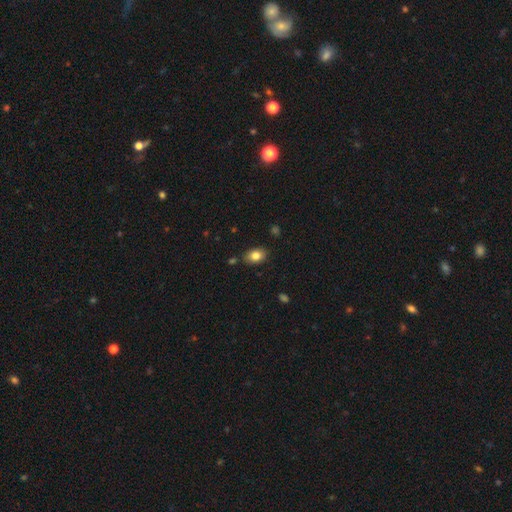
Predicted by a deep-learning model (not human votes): smooth-or-featured: smooth: 82% | featured or disk: 9% | star or artifact: 9%
  how-rounded: in between: 81% | round: 18% | cigar-shaped: 1%
  merging: none: 83% | minor disturbance: 12% | merger: 3% | major disturbance: 2%